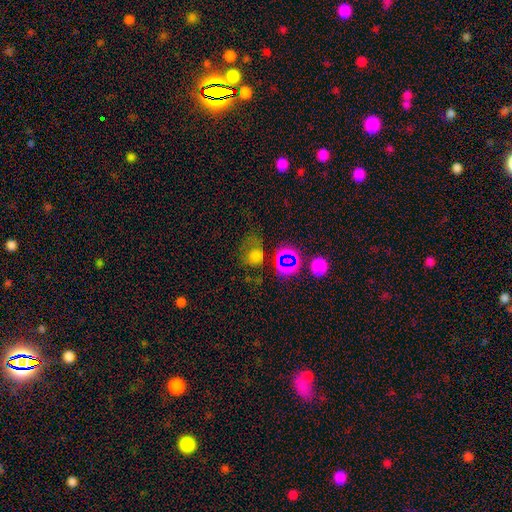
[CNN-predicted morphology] A smooth galaxy with no disk features (60%) that is round (66%). Merging: none (51%).